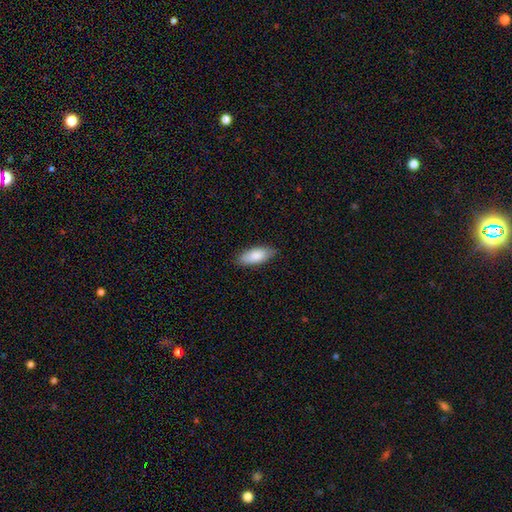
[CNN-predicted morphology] type=smooth (85%); roundness=in between (81%); merging=none (85%).